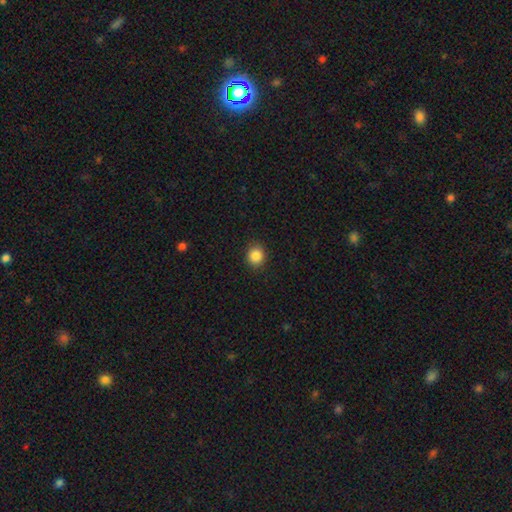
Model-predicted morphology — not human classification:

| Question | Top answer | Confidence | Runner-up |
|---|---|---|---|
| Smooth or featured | smooth | 86% | star or artifact (10%) |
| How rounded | round | 82% | in between (17%) |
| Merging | none | 89% | minor disturbance (8%) |